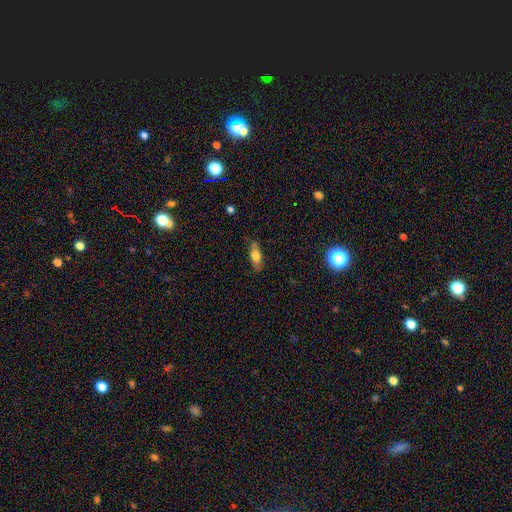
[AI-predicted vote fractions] A smooth galaxy with no disk features (66%) that is in between round and cigar-shaped (64%).

Vote fractions:
- Smooth or featured? smooth: 66% / featured or disk: 27% / star or artifact: 8%
- How rounded? in between: 64% / cigar-shaped: 32% / round: 3%
- Merging? none: 82% / minor disturbance: 14% / major disturbance: 3% / merger: 1%